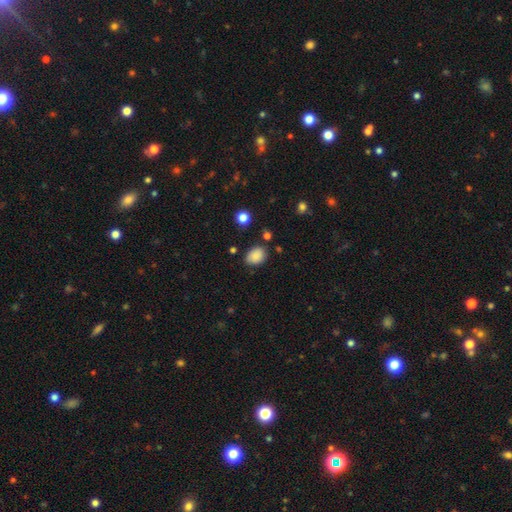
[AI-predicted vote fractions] Q: Smooth or featured?
A: smooth (86%); runner-up: star or artifact (9%)
Q: How rounded?
A: in between (70%); runner-up: round (29%)
Q: Merging?
A: none (77%); runner-up: minor disturbance (17%)